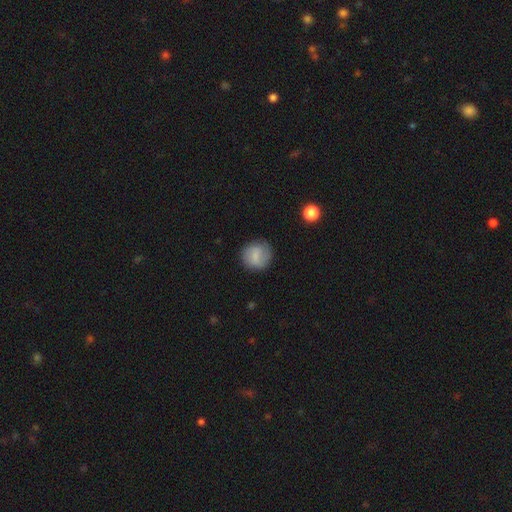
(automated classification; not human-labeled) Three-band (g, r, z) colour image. It shows a smooth galaxy with no disk features (65%) that is round (85%). Merging: none (79%).